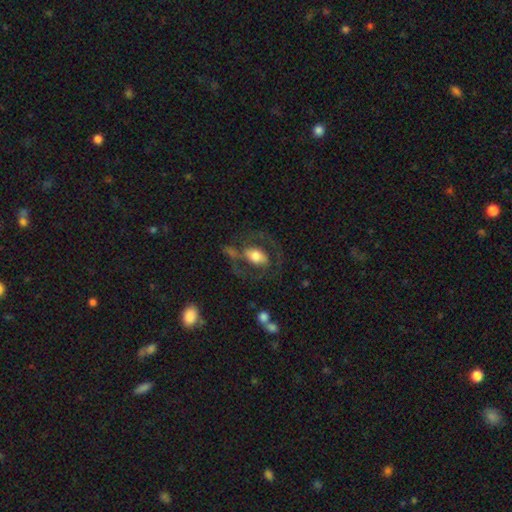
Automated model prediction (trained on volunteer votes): A featured or disk galaxy (55%) with no bar (45%), spiral arms (52%) and a moderate central bulge (55%).

Vote fractions:
- Smooth or featured? featured or disk: 55% / smooth: 37% / star or artifact: 7%
- Edge-on disk? no: 93% / yes: 7%
- Bar? no: 45% / weak: 30% / strong: 25%
- Spiral arms? yes: 52% / no: 48%
- Bulge size? moderate: 55% / large: 28% / small: 12% / dominant: 3% / none: 2%
- Merging? none: 50% / major disturbance: 26% / minor disturbance: 17% / merger: 7%